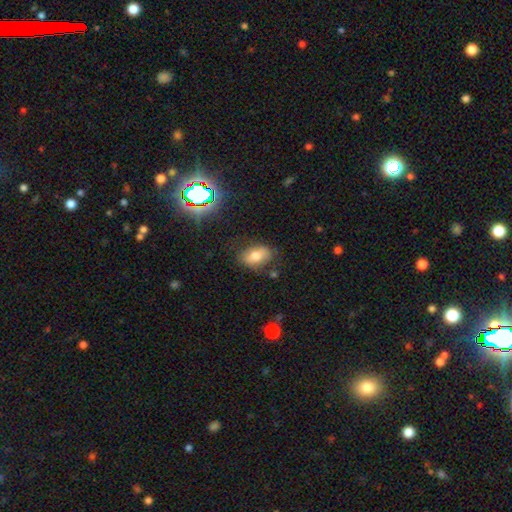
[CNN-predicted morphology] Q: Smooth or featured?
A: smooth (69%); runner-up: featured or disk (19%)
Q: How rounded?
A: in between (84%); runner-up: round (13%)
Q: Merging?
A: none (73%); runner-up: minor disturbance (19%)